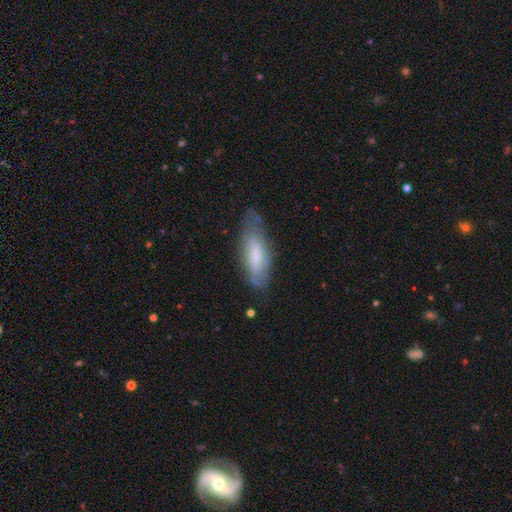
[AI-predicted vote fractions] Q: Smooth or featured?
A: smooth (57%); runner-up: featured or disk (37%)
Q: How rounded?
A: in between (53%); runner-up: cigar-shaped (46%)
Q: Merging?
A: none (60%); runner-up: minor disturbance (29%)